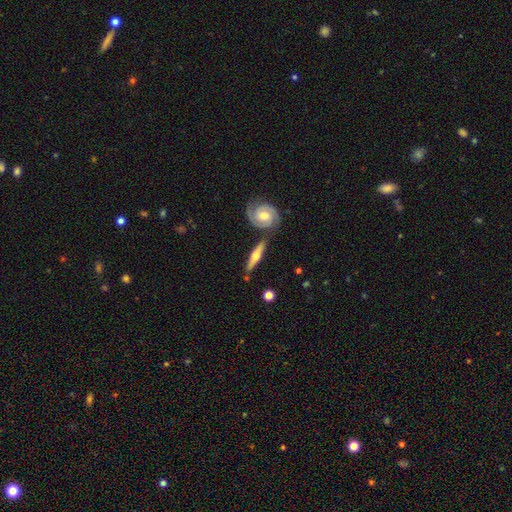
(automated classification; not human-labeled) featured or disk 70%, smooth 26%, star or artifact 4%. Down the decision tree: edge-on disk — yes (85%); edge-on bulge — rounded (91%); merging — none (77%).